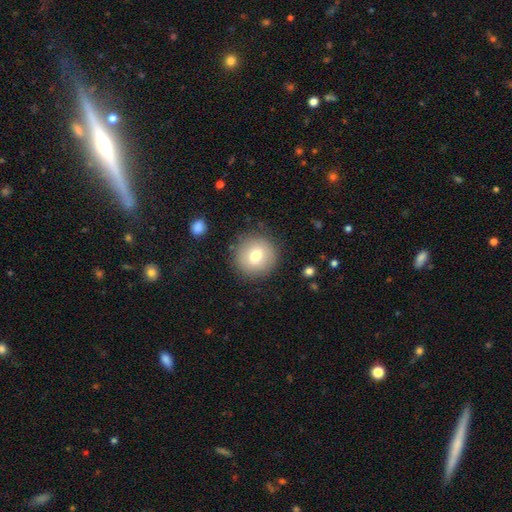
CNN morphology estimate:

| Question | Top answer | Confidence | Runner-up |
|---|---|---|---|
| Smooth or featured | smooth | 74% | featured or disk (17%) |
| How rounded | round | 93% | in between (6%) |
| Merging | none | 87% | minor disturbance (8%) |